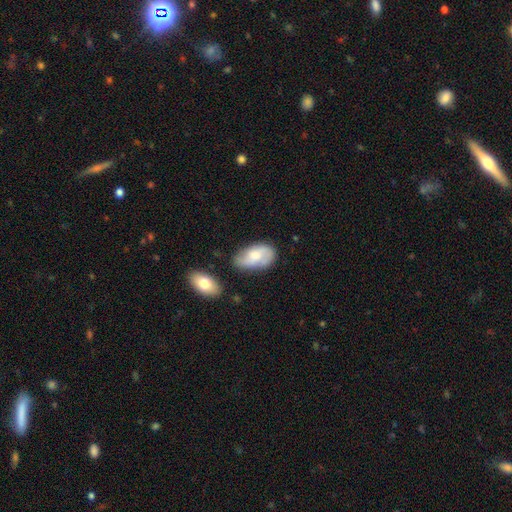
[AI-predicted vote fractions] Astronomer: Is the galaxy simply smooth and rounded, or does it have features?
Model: smooth — 52% (runner-up: featured or disk, 41%).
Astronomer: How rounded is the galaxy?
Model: in between — 92%.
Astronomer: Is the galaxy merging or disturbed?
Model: none — 62%.